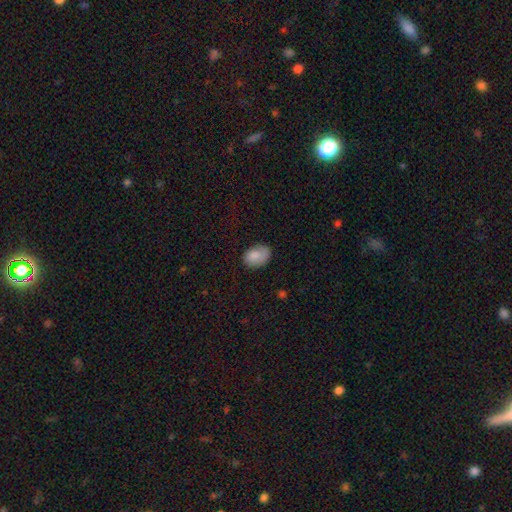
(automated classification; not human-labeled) The model was most divided on "merging": none: 64%, minor disturbance: 27%, major disturbance: 7%, merger: 2%. More confident: smooth or featured — smooth (84%); how rounded — in between (83%).